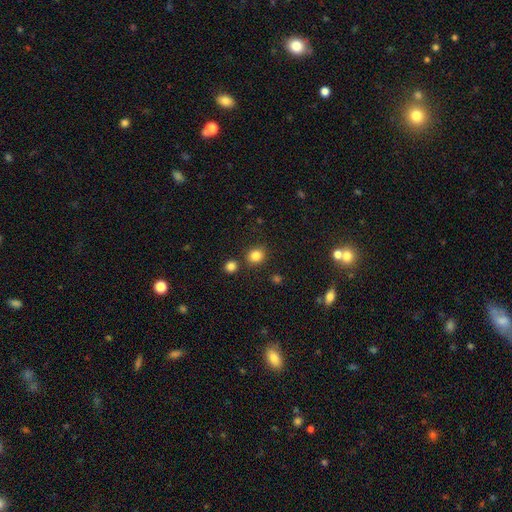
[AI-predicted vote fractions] A smooth galaxy with no disk features (83%) that is round (78%).

Vote fractions:
- Smooth or featured? smooth: 83% / star or artifact: 12% / featured or disk: 5%
- How rounded? round: 78% / in between: 21% / cigar-shaped: 1%
- Merging? none: 80% / minor disturbance: 9% / merger: 8% / major disturbance: 3%